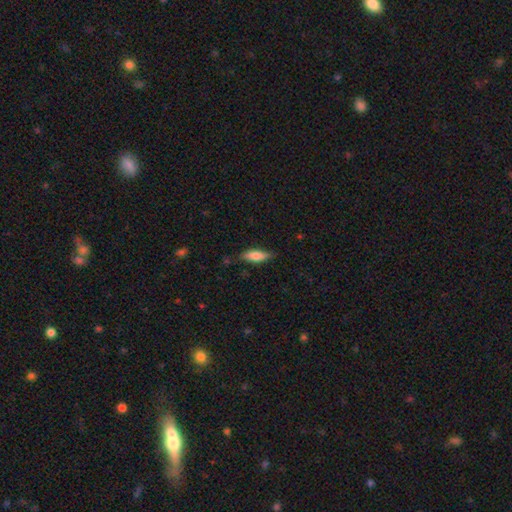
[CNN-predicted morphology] Smooth or featured? smooth (76%)
How rounded? in between (57%)
Merging? none (77%)